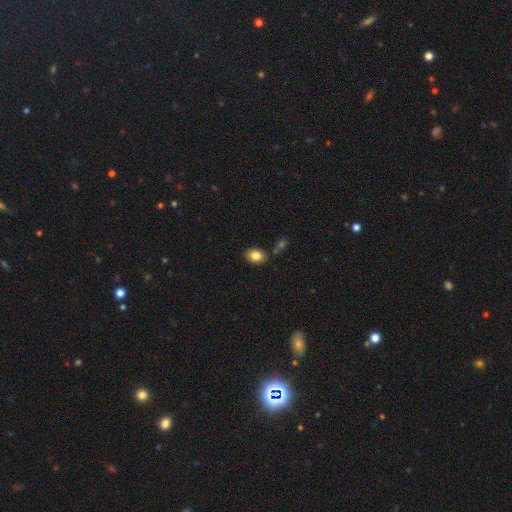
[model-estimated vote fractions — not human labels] Q: Smooth or featured?
A: smooth (84%); runner-up: star or artifact (9%)
Q: How rounded?
A: in between (69%); runner-up: round (30%)
Q: Merging?
A: none (79%); runner-up: minor disturbance (12%)